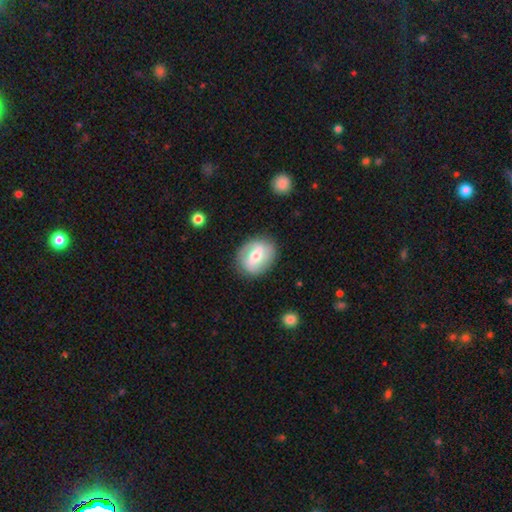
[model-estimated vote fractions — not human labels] Smooth or featured? Predicted: featured or disk (p=0.53). Edge-on disk? Predicted: no (p=0.93). Merging? Predicted: none (p=0.83).